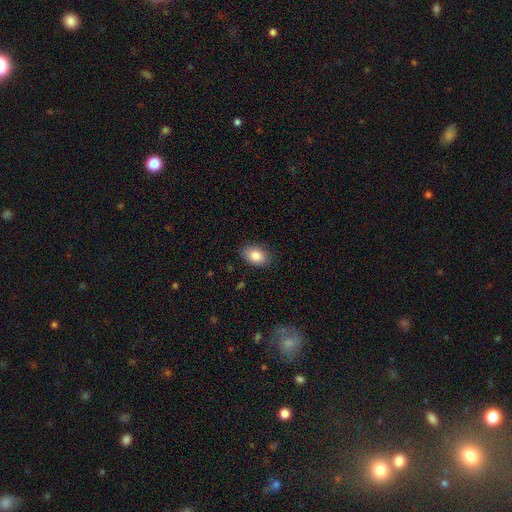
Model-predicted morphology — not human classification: Overall: smooth (84%). How rounded: in between (86%). Merging: none (86%).